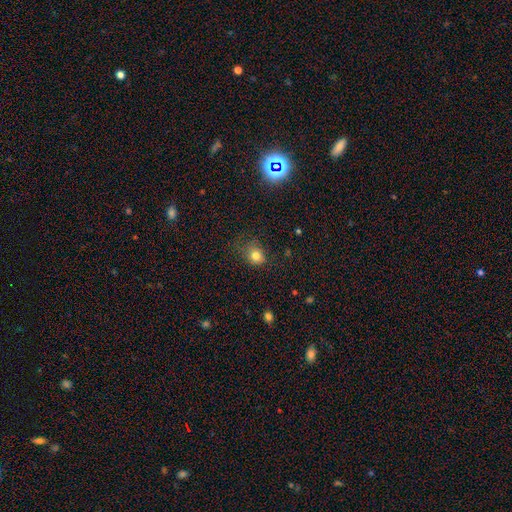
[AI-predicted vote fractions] This is likely a smooth galaxy (79%). How rounded: likely round (64%). Merging: likely none (66%).